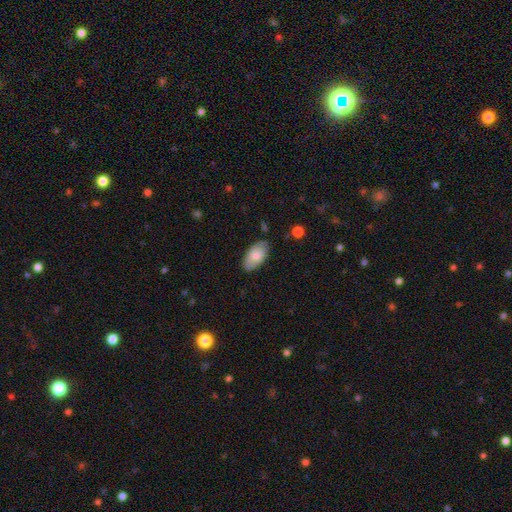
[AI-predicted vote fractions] This is likely a smooth galaxy (76%). How rounded: clearly in between (95%). Merging: likely none (75%).